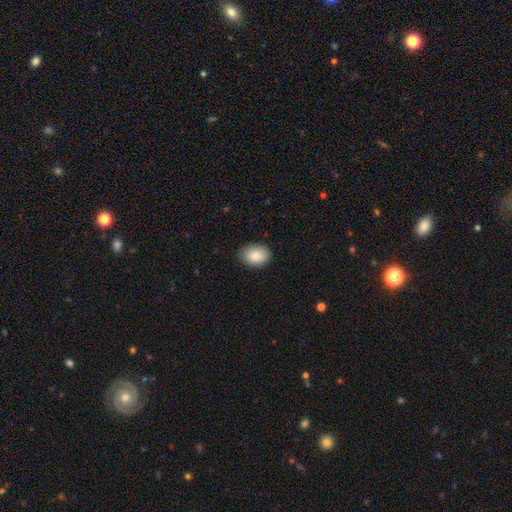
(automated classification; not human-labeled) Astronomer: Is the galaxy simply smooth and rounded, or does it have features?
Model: smooth — 87%.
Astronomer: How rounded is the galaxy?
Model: in between — 79%.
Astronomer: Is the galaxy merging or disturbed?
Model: none — 86%.